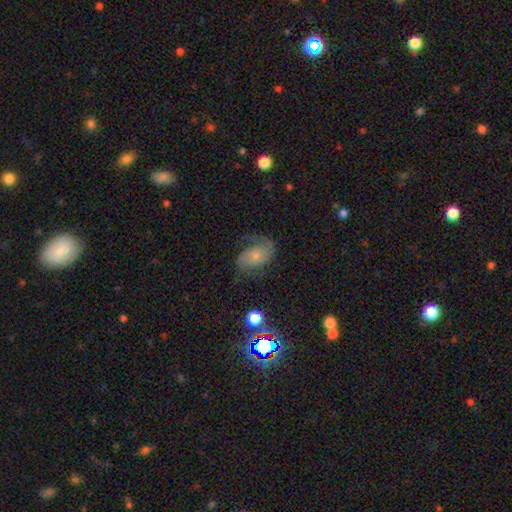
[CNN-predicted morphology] smooth-or-featured: featured or disk: 67% | smooth: 19% | star or artifact: 14%
  disk-edge-on: no: 96% | yes: 4%
    bar: no: 70% | weak: 23% | strong: 6%
    has-spiral-arms: yes: 91% | no: 9%
      spiral-winding: medium: 43% | loose: 30% | tight: 27%
      spiral-arm-count: 2: 67% | can't tell: 13% | 1: 13% | 3: 4% | 4: 2% | more than 4: 2%
    bulge-size: small: 63% | moderate: 28% | none: 5% | large: 3% | dominant: 1%
  merging: none: 59% | minor disturbance: 21% | major disturbance: 18% | merger: 2%